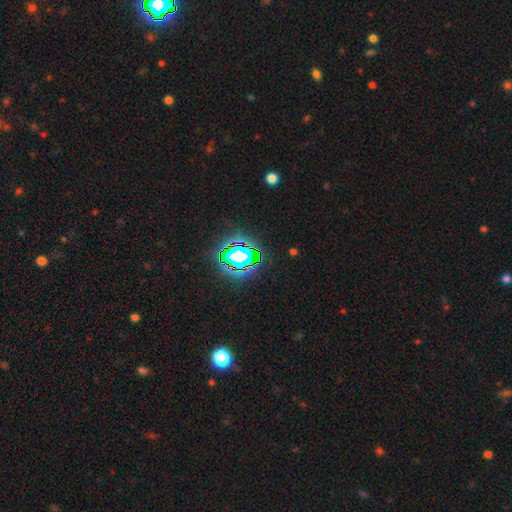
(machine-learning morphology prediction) Smooth or featured?
  - star or artifact: 77% *
  - smooth: 14%
  - featured or disk: 9%